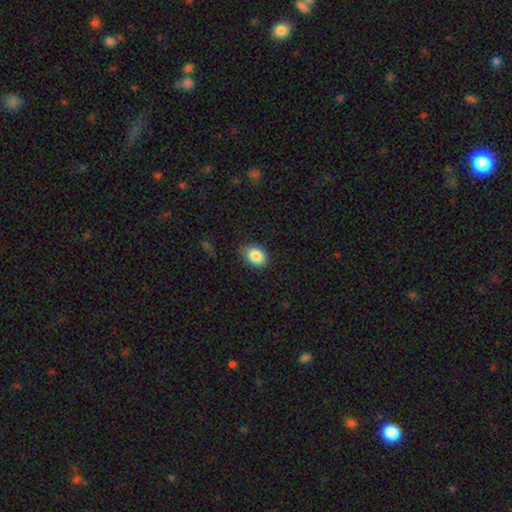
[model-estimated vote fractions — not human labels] This appears to be a smooth galaxy with no disk features (87%) that is in between round and cigar-shaped (64%). Merging: none (79%).